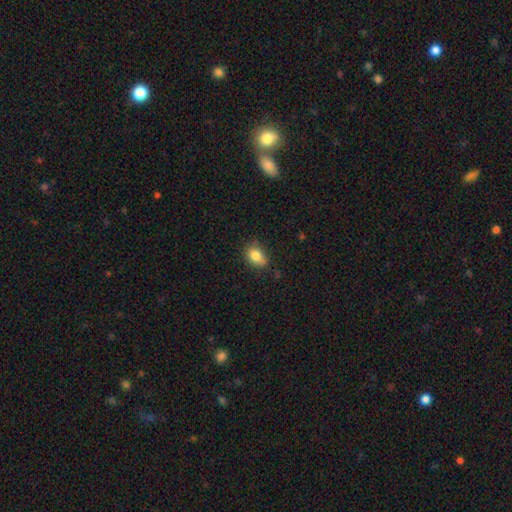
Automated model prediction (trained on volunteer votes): Overall: smooth (82%). How rounded: in between (73%). Merging: none (61%; minor disturbance 30%).